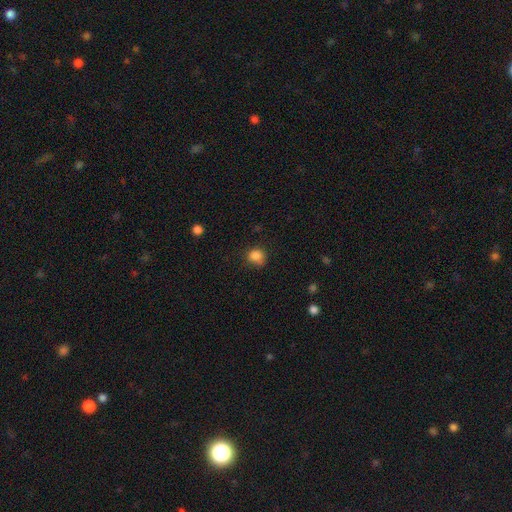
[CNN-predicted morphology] A smooth galaxy with no disk features (84%) that is round (78%). Merging: none (67%).